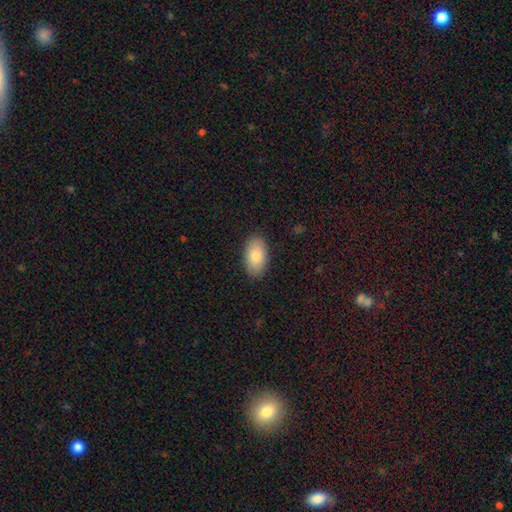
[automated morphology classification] smooth 82%, featured or disk 12%, star or artifact 6%. Down the decision tree: how rounded — in between (95%); merging — none (88%).